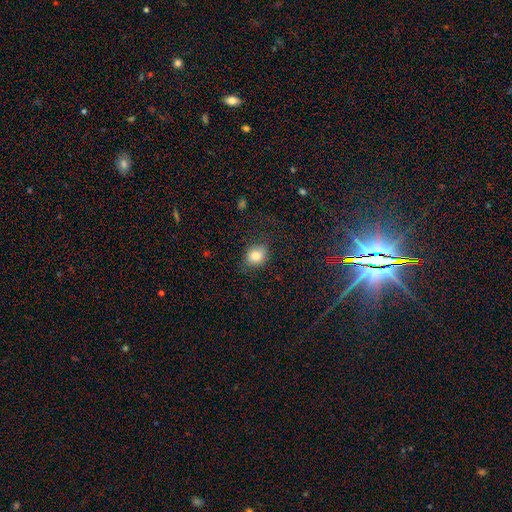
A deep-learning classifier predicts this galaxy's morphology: smooth_or_featured: smooth (p=0.82) [alt: star or artifact p=0.10]
how_rounded: round (p=0.58) [alt: in between p=0.41]
merging: none (p=0.76) [alt: minor disturbance p=0.17]